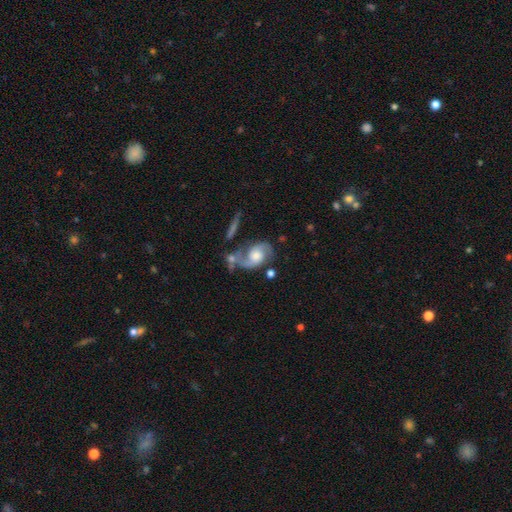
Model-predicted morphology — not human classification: Smooth or featured?
  - featured or disk: 85% *
  - smooth: 9%
  - star or artifact: 6%
Edge-on disk?
  - no: 97% *
  - yes: 3%
Bar?
  - no: 66% *
  - weak: 28%
  - strong: 6%
Spiral arms?
  - yes: 96% *
  - no: 4%
Spiral winding?
  - medium: 52% *
  - loose: 32%
  - tight: 17%
Spiral arm count?
  - 2: 91% *
  - 1: 3%
  - can't tell: 3%
  - 3: 1%
  - 4: 1%
  - more than 4: 1%
Bulge size?
  - moderate: 49% *
  - small: 21%
  - large: 20%
  - none: 7%
  - dominant: 3%
Merging?
  - none: 51% *
  - minor disturbance: 19%
  - merger: 19%
  - major disturbance: 11%